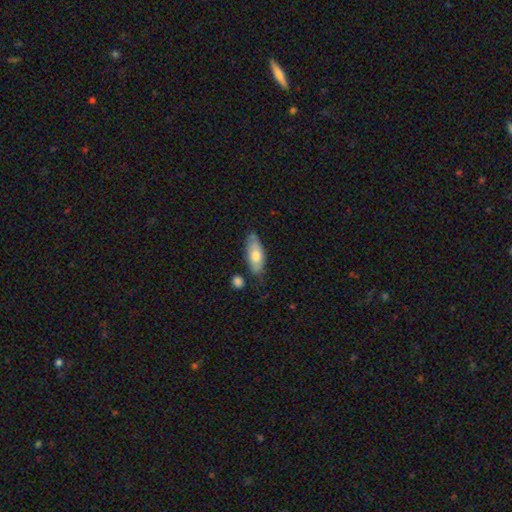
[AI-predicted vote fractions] smooth-or-featured: smooth: 69% | featured or disk: 25% | star or artifact: 6%
  how-rounded: in between: 81% | cigar-shaped: 16% | round: 3%
  merging: none: 68% | minor disturbance: 22% | merger: 6% | major disturbance: 4%